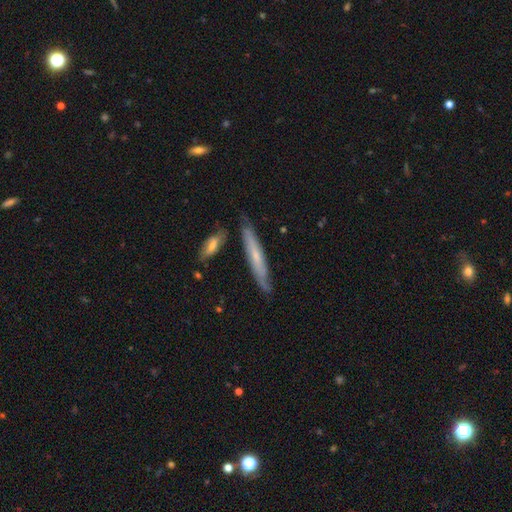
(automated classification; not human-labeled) Smooth or featured: featured or disk — 51% (smooth — 42%)
Edge-on disk: yes — 77% (no — 23%)
Merging: none — 78% (minor disturbance — 15%)